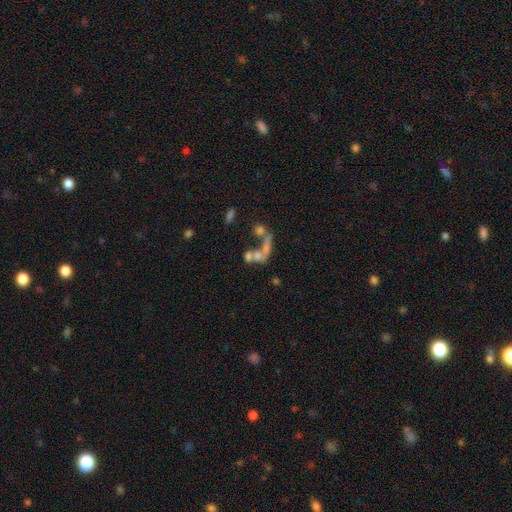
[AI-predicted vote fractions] A smooth galaxy with no disk features (51%) that is in between round and cigar-shaped (59%). Merging: merger (53%).